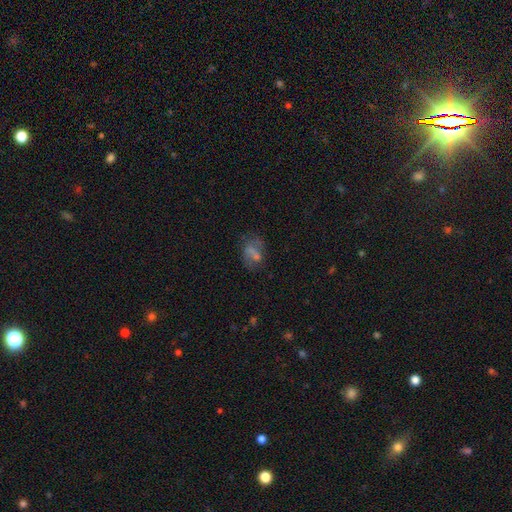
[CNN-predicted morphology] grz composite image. It shows a smooth galaxy with no disk features (45%). Merging: none (55%).